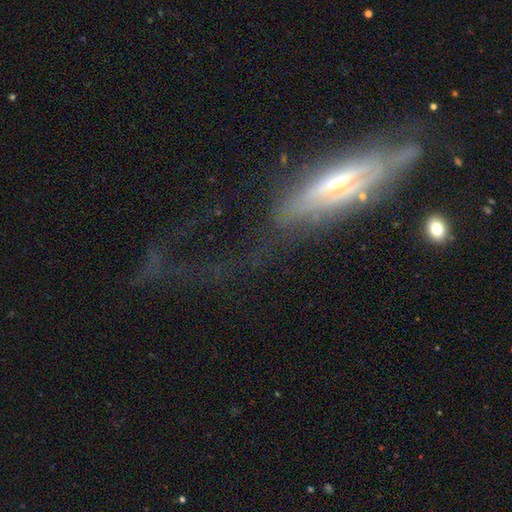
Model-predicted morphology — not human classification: A featured or disk galaxy (65%) viewed edge-on (67%).

Vote fractions:
- Smooth or featured? featured or disk: 65% / smooth: 23% / star or artifact: 12%
- Edge-on disk? yes: 67% / no: 33%
- Merging? none: 43% / major disturbance: 33% / minor disturbance: 19% / merger: 5%